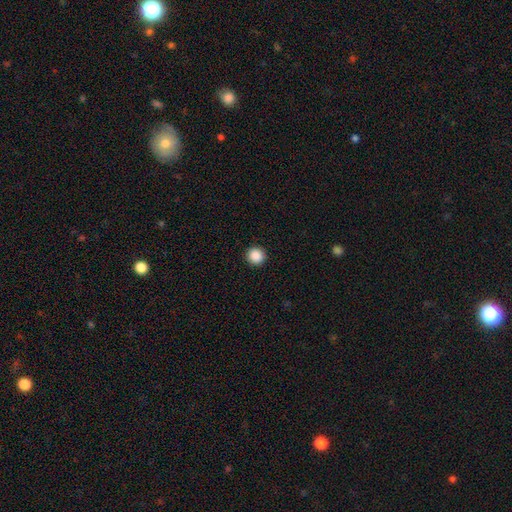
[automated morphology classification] smooth-or-featured: smooth: 89% | star or artifact: 9% | featured or disk: 2%
  how-rounded: round: 95% | in between: 4% | cigar-shaped: 1%
  merging: none: 93% | minor disturbance: 4% | major disturbance: 2% | merger: 1%